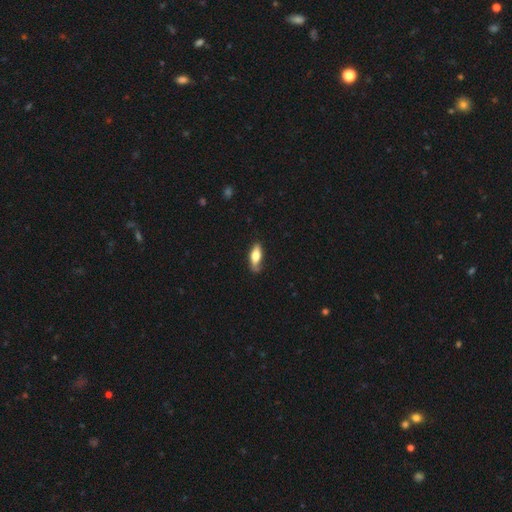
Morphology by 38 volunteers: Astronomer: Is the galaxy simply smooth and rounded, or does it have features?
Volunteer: smooth — 76%.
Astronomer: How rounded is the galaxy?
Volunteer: in between — 59% (runner-up: cigar-shaped, 41%).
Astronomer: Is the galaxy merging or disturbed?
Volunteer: none — 66%.